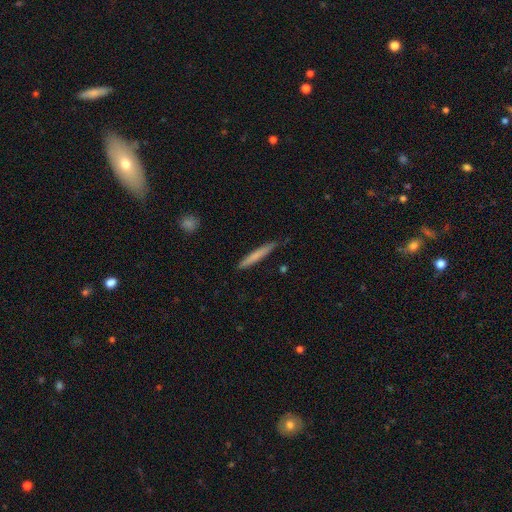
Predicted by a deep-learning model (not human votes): A smooth galaxy with no disk features (69%) that is cigar-shaped (96%).

Vote fractions:
- Smooth or featured? smooth: 69% / featured or disk: 25% / star or artifact: 6%
- How rounded? cigar-shaped: 96% / in between: 3% / round: 1%
- Merging? none: 85% / minor disturbance: 11% / major disturbance: 2% / merger: 1%